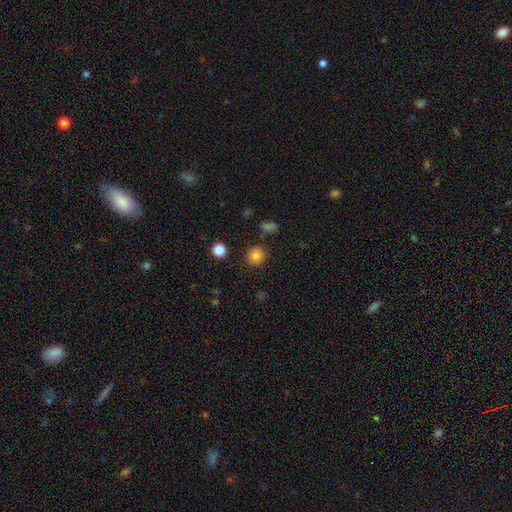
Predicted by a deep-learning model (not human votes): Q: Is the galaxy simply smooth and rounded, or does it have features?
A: smooth — 83%.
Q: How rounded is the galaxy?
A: round — 90%.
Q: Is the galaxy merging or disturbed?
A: none — 88%.